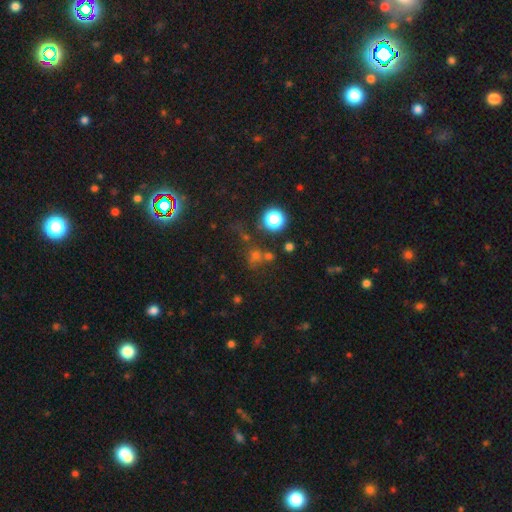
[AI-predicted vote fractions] The model was most divided on "smooth or featured": star or artifact: 46%, smooth: 44%, featured or disk: 10%.